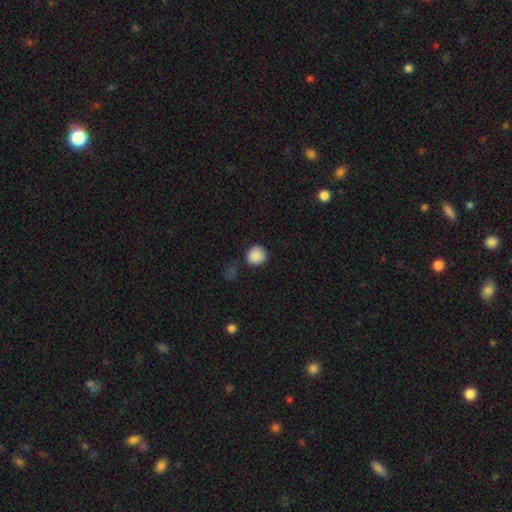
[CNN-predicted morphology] Smooth or featured? Predicted: smooth (p=0.88). How rounded? Predicted: round (p=0.90). Merging? Predicted: none (p=0.81).